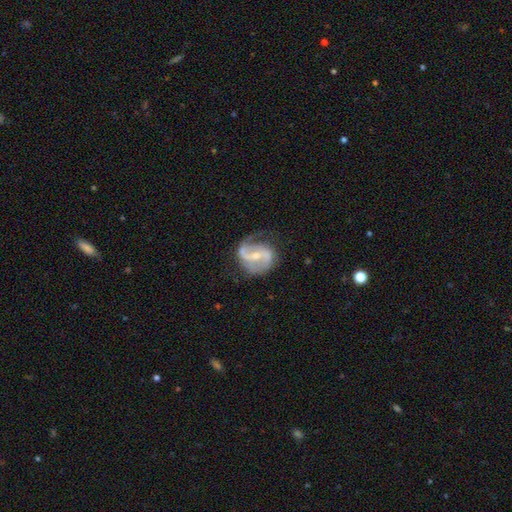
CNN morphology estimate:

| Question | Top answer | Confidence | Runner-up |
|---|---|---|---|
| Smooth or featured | featured or disk | 88% | smooth (7%) |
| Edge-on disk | no | 98% | yes (2%) |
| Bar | weak | 42% | strong (39%) |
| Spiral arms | yes | 95% | no (5%) |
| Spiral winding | medium | 49% | loose (34%) |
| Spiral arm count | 2 | 87% | 1 (5%) |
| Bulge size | small | 54% | moderate (41%) |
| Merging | none | 67% | minor disturbance (20%) |